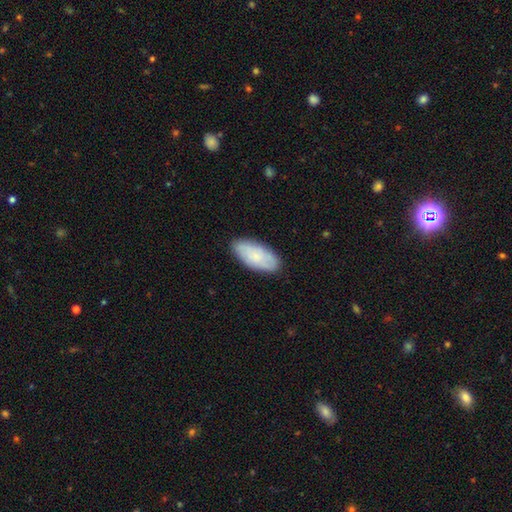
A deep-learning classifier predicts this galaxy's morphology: This appears to be a smooth galaxy with no disk features (71%) that is in between round and cigar-shaped (92%). Merging: none (84%).